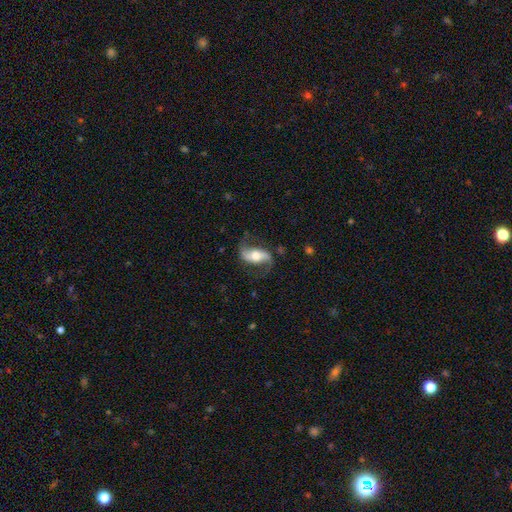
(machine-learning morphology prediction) smooth_or_featured: featured or disk (p=0.77) [alt: smooth p=0.17]
disk_edge_on: no (p=0.92) [alt: yes p=0.08]
bar: strong (p=0.35) [alt: no p=0.34]
has_spiral_arms: yes (p=0.92) [alt: no p=0.08]
spiral_winding: loose (p=0.70) [alt: medium p=0.23]
spiral_arm_count: 2 (p=0.92) [alt: can't tell p=0.03]
bulge_size: moderate (p=0.59) [alt: large p=0.20]
merging: none (p=0.72) [alt: minor disturbance p=0.16]